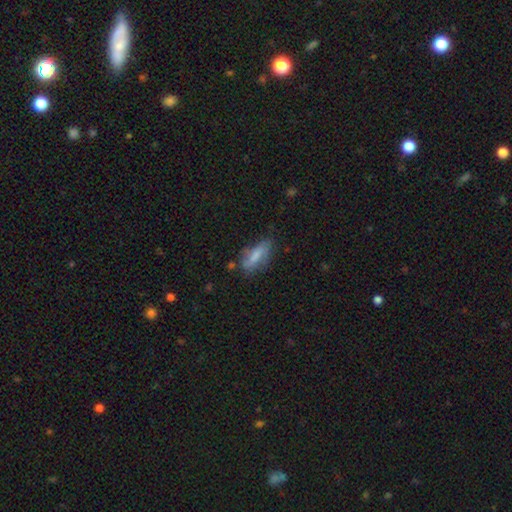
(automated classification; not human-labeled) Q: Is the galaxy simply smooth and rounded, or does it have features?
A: smooth — 70%.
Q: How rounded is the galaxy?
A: in between — 61%.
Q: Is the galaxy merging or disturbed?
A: none — 58%.